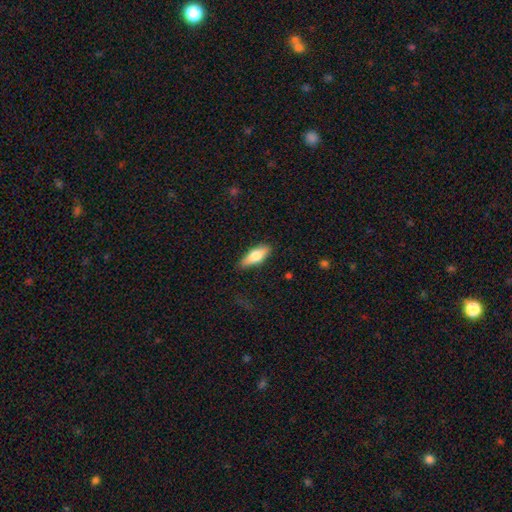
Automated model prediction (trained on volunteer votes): Smooth or featured?
  - smooth: 67% *
  - featured or disk: 27%
  - star or artifact: 6%
How rounded?
  - in between: 63% *
  - cigar-shaped: 35%
  - round: 3%
Merging?
  - none: 85% *
  - minor disturbance: 11%
  - major disturbance: 3%
  - merger: 1%